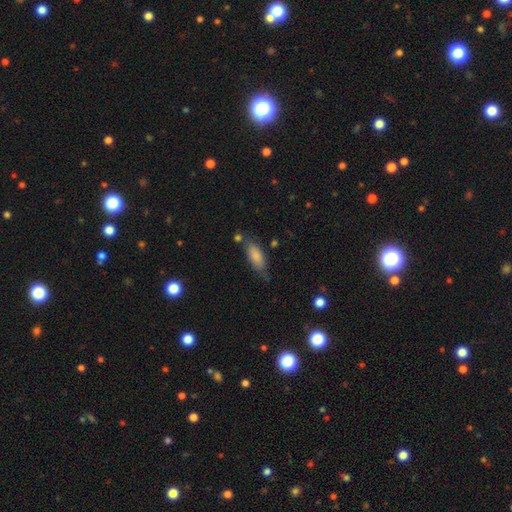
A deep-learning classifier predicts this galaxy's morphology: Overall: smooth (81%). How rounded: in between (72%). Merging: none (60%; minor disturbance 26%).